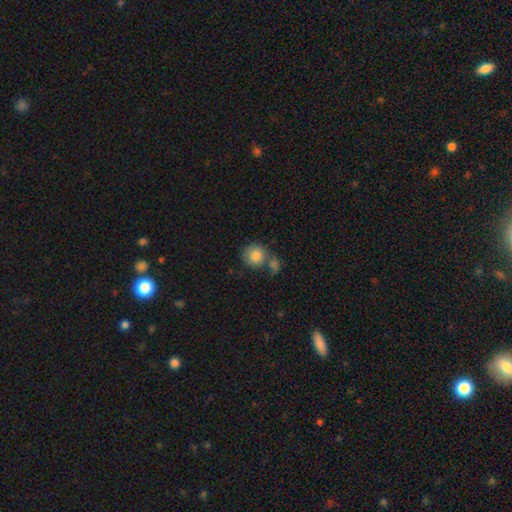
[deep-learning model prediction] A smooth galaxy with no disk features (84%) that is round (90%).

Vote fractions:
- Smooth or featured? smooth: 84% / star or artifact: 9% / featured or disk: 8%
- How rounded? round: 90% / in between: 9% / cigar-shaped: 1%
- Merging? none: 56% / merger: 30% / minor disturbance: 10% / major disturbance: 4%